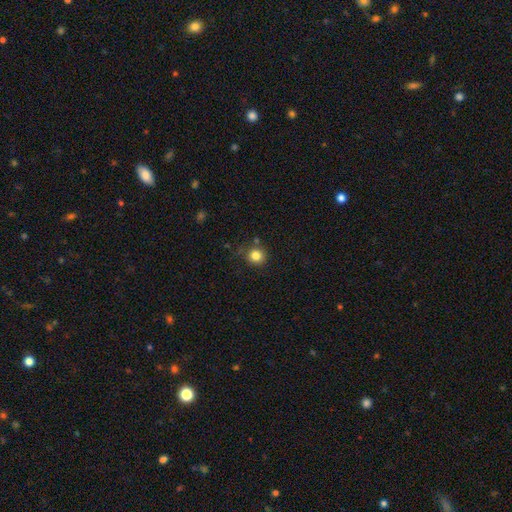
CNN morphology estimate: Smooth or featured? Predicted: smooth (p=0.83). How rounded? Predicted: round (p=0.92). Merging? Predicted: none (p=0.80).